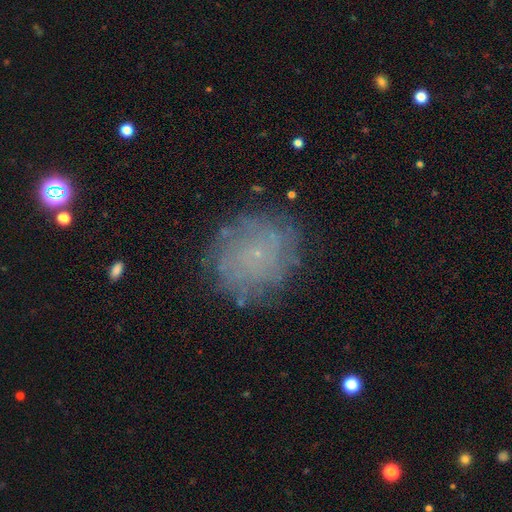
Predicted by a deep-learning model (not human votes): The model was most divided on "smooth or featured": featured or disk: 47%, smooth: 34%, star or artifact: 19%. More confident: merging — none (82%).